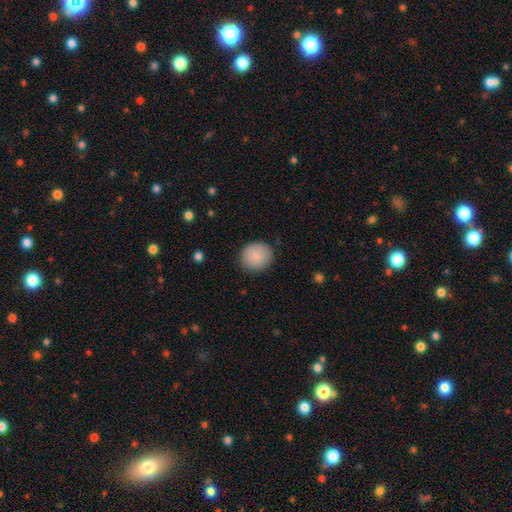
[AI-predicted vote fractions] The model was most divided on "how rounded": round: 86%, in between: 13%, cigar-shaped: 1%. More confident: smooth or featured — smooth (88%); merging — none (87%).